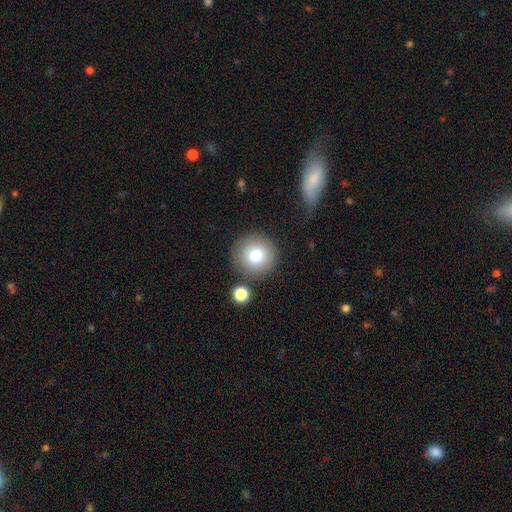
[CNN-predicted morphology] Overall: smooth (79%). How rounded: round (94%). Merging: none (82%).